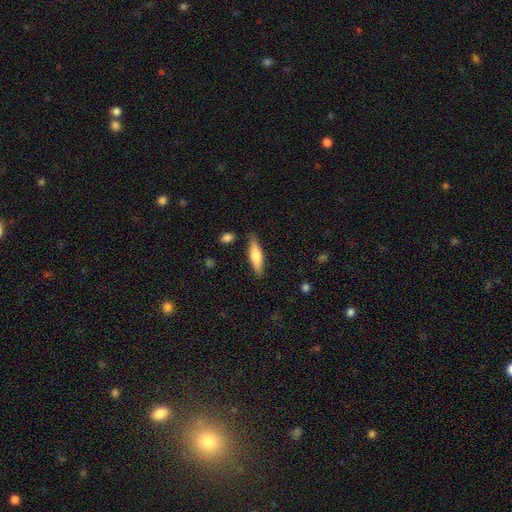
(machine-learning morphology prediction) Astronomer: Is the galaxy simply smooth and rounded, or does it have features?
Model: smooth — 64%.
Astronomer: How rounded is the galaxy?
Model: cigar-shaped — 61% (runner-up: in between, 37%).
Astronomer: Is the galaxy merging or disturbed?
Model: none — 84%.